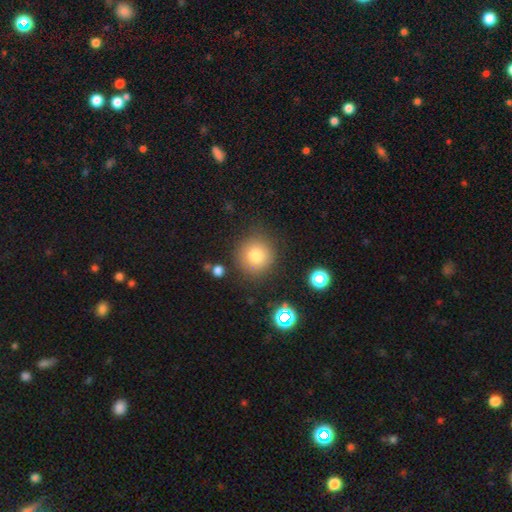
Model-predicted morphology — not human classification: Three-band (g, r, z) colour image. It shows a smooth galaxy with no disk features (79%) that is round (94%). Merging: none (83%).